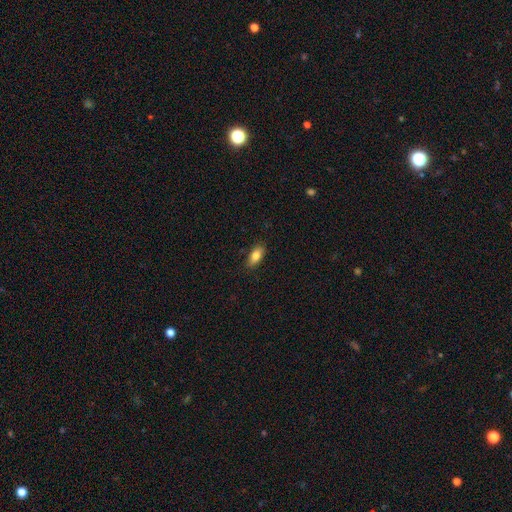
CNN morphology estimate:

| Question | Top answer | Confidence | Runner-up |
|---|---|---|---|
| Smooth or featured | smooth | 81% | featured or disk (11%) |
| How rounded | in between | 88% | cigar-shaped (8%) |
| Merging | none | 83% | minor disturbance (13%) |